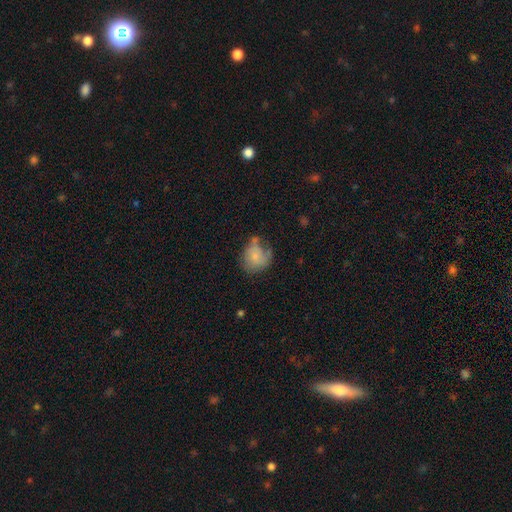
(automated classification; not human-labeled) This appears to be a smooth galaxy with no disk features (63%) that is round (57%). Merging: none (34%).